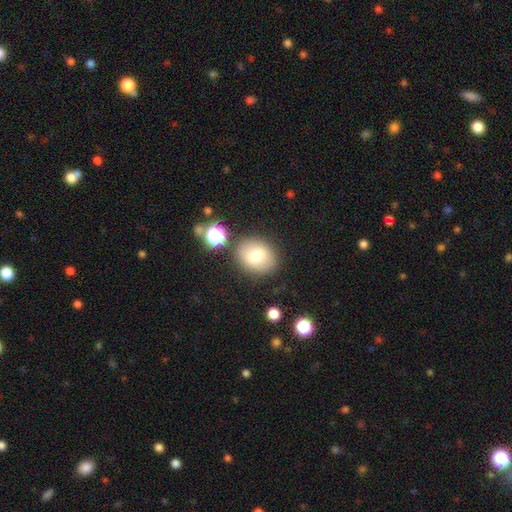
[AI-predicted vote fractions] smooth_or_featured: smooth (p=0.75) [alt: featured or disk p=0.14]
how_rounded: round (p=0.55) [alt: in between p=0.44]
merging: none (p=0.78) [alt: minor disturbance p=0.12]